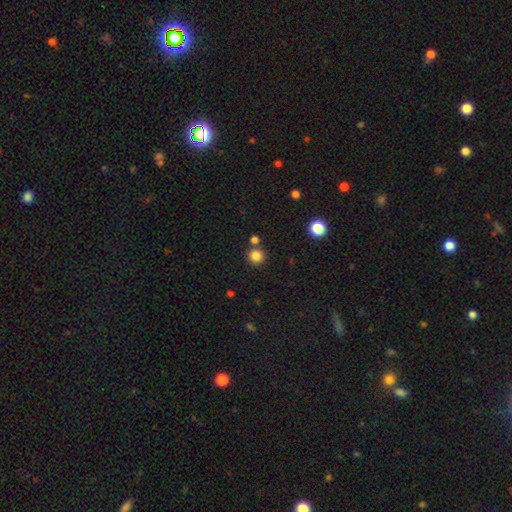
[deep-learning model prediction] A smooth galaxy with no disk features (83%) that is round (94%). Merging: none (83%).